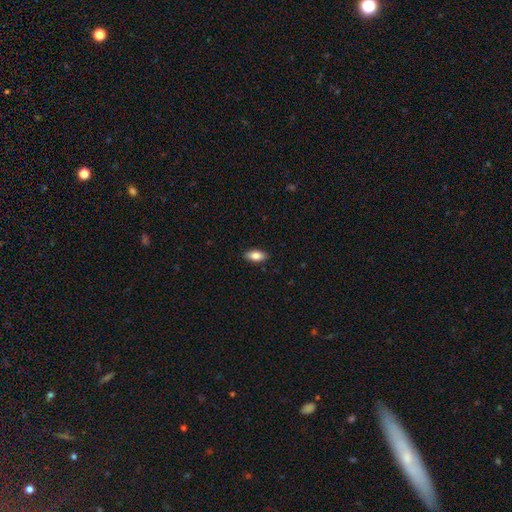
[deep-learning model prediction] Morphology: type=smooth (83%); roundness=in between (89%); merging=none (89%).